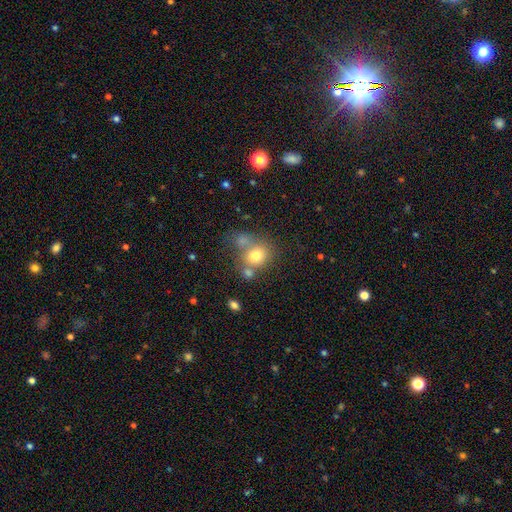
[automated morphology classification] A smooth galaxy with no disk features (73%) that is round (72%). Merging: none (47%).